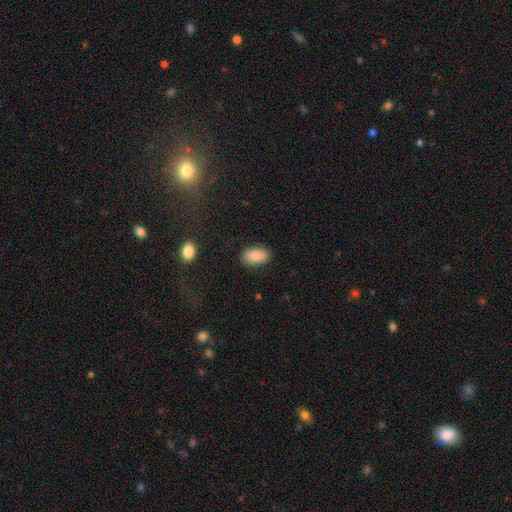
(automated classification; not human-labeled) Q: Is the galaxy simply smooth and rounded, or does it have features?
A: smooth — 83%.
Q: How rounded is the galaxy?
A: in between — 92%.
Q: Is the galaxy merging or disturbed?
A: none — 85%.